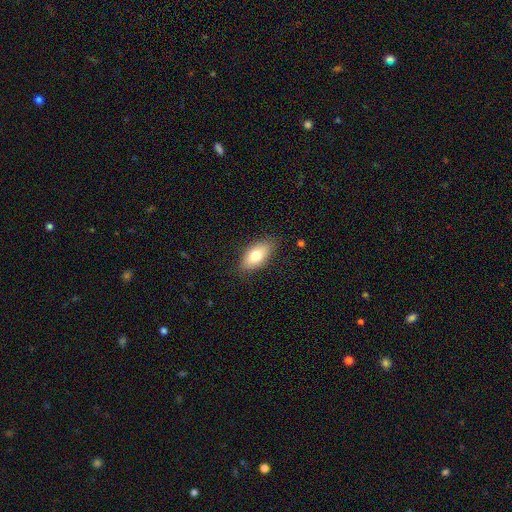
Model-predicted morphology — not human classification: A smooth galaxy with no disk features (78%) that is in between round and cigar-shaped (89%).

Vote fractions:
- Smooth or featured? smooth: 78% / featured or disk: 15% / star or artifact: 7%
- How rounded? in between: 89% / cigar-shaped: 7% / round: 4%
- Merging? none: 83% / minor disturbance: 14% / major disturbance: 3% / merger: 1%